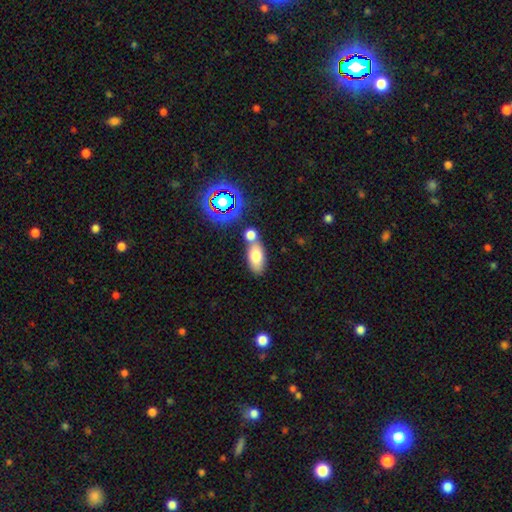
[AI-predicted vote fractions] Morphology: type=smooth (74%); roundness=in between (86%); merging=none (55%).